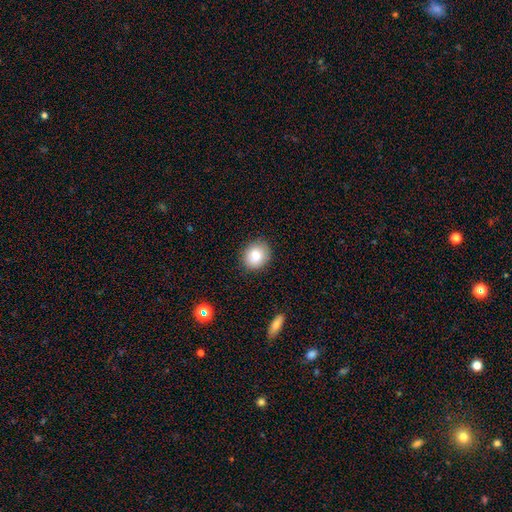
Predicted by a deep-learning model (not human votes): Smooth or featured? Predicted: smooth (p=0.81). How rounded? Predicted: round (p=0.71). Merging? Predicted: none (p=0.87).